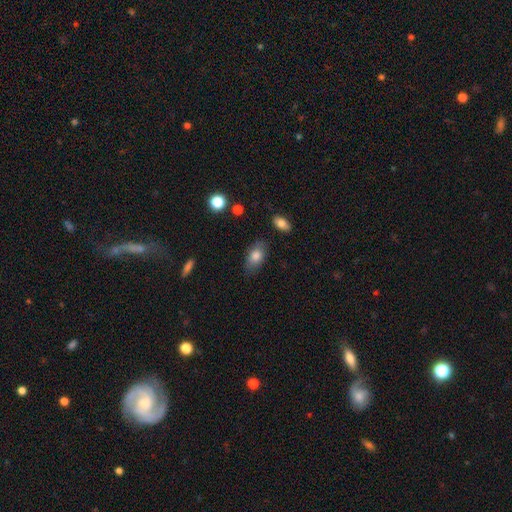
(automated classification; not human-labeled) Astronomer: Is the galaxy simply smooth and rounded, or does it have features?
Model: smooth — 81%.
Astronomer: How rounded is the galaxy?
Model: in between — 88%.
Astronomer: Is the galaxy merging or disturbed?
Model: none — 75%.